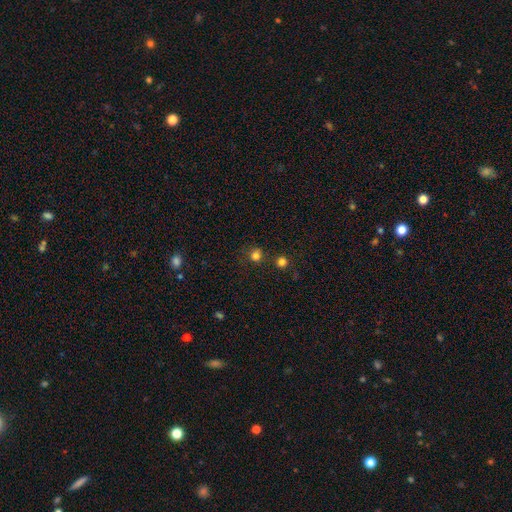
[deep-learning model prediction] Smooth or featured?
  - smooth: 78% *
  - star or artifact: 17%
  - featured or disk: 5%
How rounded?
  - round: 88% *
  - in between: 11%
  - cigar-shaped: 1%
Merging?
  - none: 78% *
  - minor disturbance: 10%
  - merger: 7%
  - major disturbance: 4%